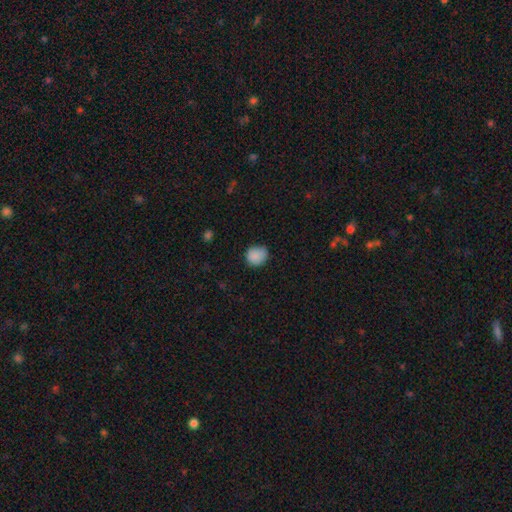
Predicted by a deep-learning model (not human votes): This appears to be a smooth galaxy with no disk features (87%) that is round (80%). Merging: none (75%).